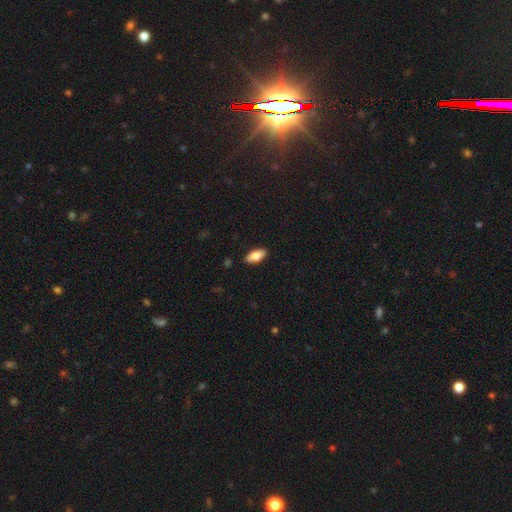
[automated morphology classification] smooth-or-featured: smooth: 80% | featured or disk: 14% | star or artifact: 6%
  how-rounded: in between: 87% | cigar-shaped: 11% | round: 2%
  merging: none: 89% | minor disturbance: 8% | major disturbance: 2% | merger: 1%